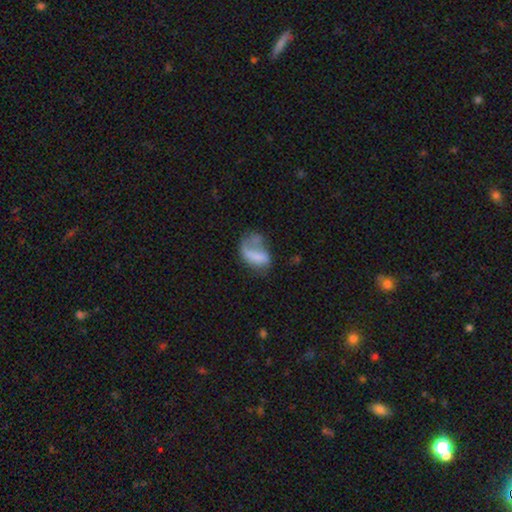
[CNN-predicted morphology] Smooth or featured?
  - smooth: 57% *
  - featured or disk: 34%
  - star or artifact: 10%
How rounded?
  - in between: 83% *
  - round: 13%
  - cigar-shaped: 4%
Merging?
  - major disturbance: 44% *
  - none: 23%
  - minor disturbance: 21%
  - merger: 13%